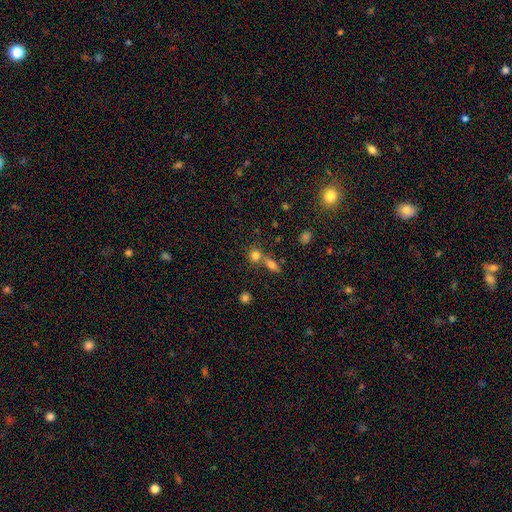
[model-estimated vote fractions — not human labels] smooth_or_featured: smooth (p=0.77) [alt: star or artifact p=0.13]
how_rounded: round (p=0.80) [alt: in between p=0.17]
merging: none (p=0.49) [alt: merger p=0.40]